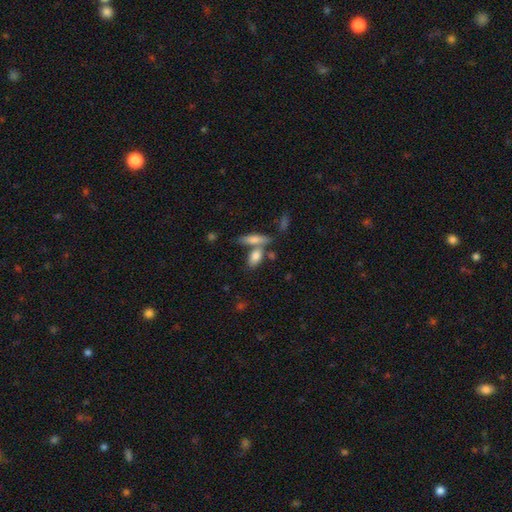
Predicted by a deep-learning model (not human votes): This appears to be a smooth galaxy with no disk features (79%) that is in between round and cigar-shaped (79%). Merging: none (48%).